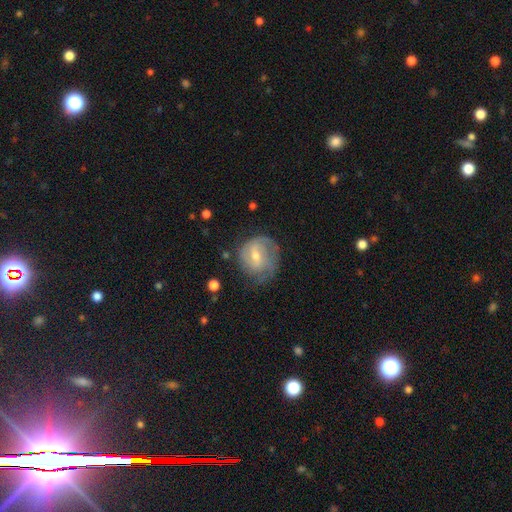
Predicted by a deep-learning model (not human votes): Overall: featured or disk (67%). Edge-on disk: no (97%). Bar: weak (55%; no 28%). Spiral arms: yes (84%). Spiral arm count: 2 (40%; can't tell 33%). Spiral winding: tight (49%; medium 35%). Bulge size: small (48%; moderate 47%). Merging: none (61%; minor disturbance 25%).